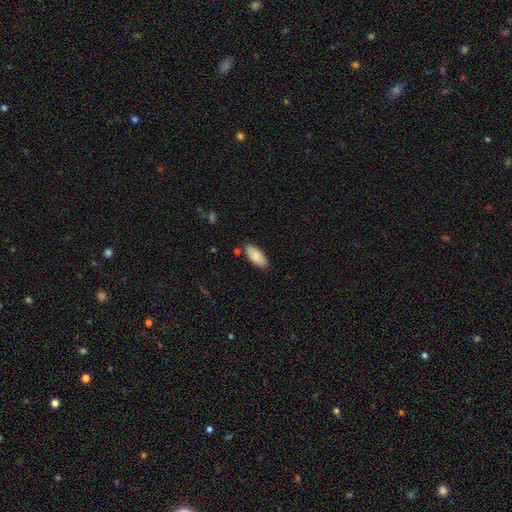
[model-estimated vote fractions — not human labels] Morphology: type=smooth (86%); roundness=in between (87%); merging=none (84%).